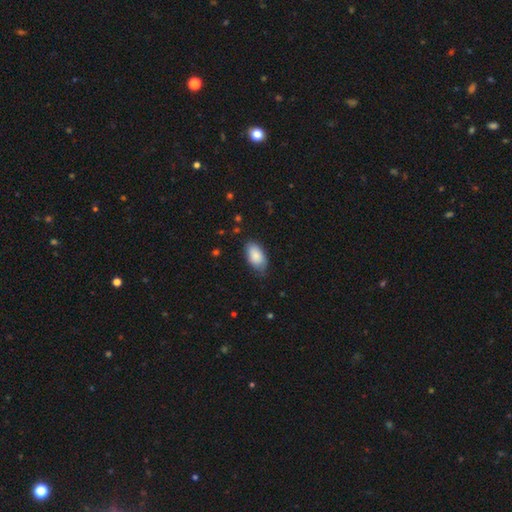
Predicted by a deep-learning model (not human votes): Smooth or featured? smooth (86%)
How rounded? in between (94%)
Merging? none (71%)